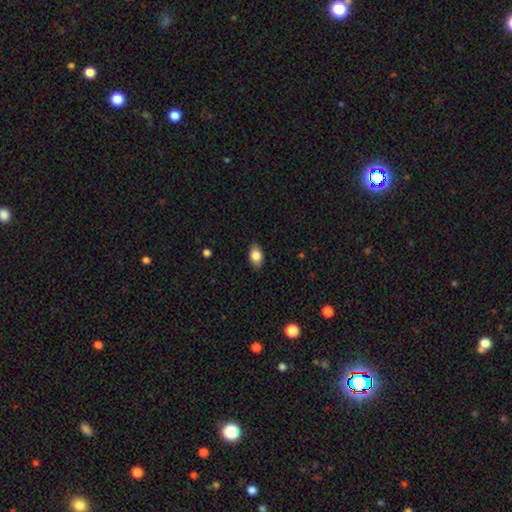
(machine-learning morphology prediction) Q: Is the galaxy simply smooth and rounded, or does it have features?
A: smooth — 83%.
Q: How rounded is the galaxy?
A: in between — 87%.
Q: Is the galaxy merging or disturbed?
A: none — 84%.